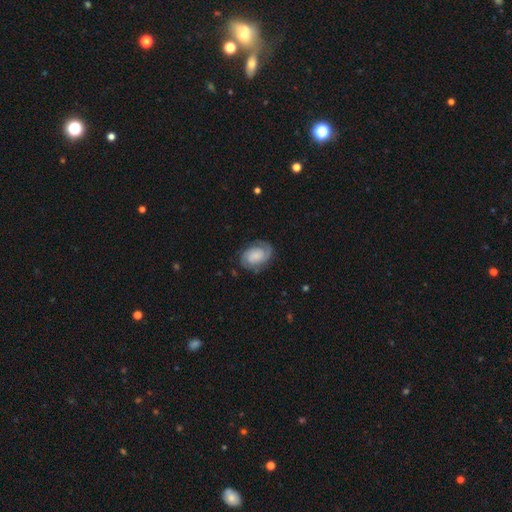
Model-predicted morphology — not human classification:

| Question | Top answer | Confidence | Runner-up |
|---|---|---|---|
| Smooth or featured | featured or disk | 71% | smooth (22%) |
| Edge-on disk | no | 98% | yes (2%) |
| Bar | no | 68% | weak (26%) |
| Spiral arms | yes | 94% | no (6%) |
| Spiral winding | tight | 56% | medium (34%) |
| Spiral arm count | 2 | 78% | can't tell (10%) |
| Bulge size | small | 38% | none (29%) |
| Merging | none | 77% | minor disturbance (15%) |